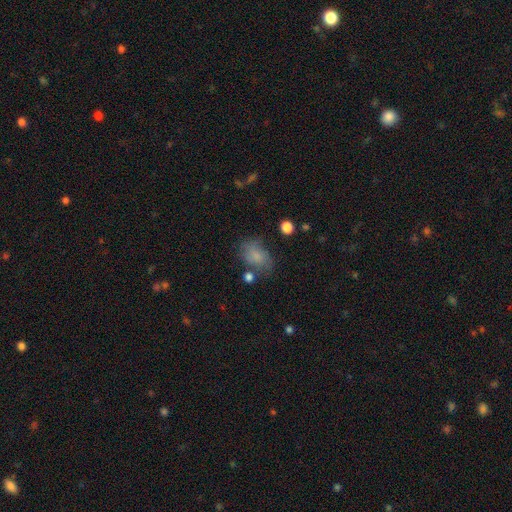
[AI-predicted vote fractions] A smooth galaxy with no disk features (74%) that is in between round and cigar-shaped (77%). Merging: none (56%).